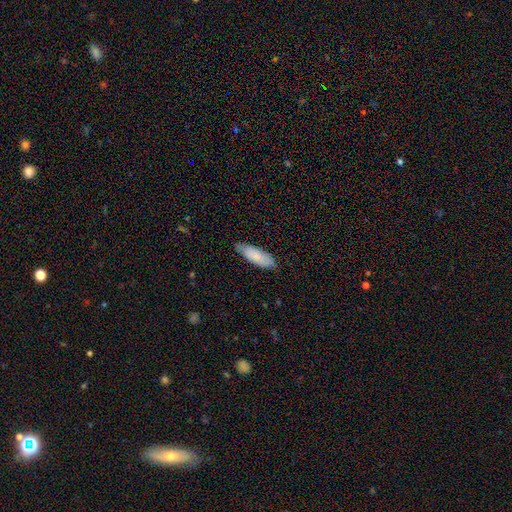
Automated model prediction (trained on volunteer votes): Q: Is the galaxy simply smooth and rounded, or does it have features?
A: smooth — 82%.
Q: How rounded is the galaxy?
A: in between — 64%.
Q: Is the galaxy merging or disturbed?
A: none — 75%.